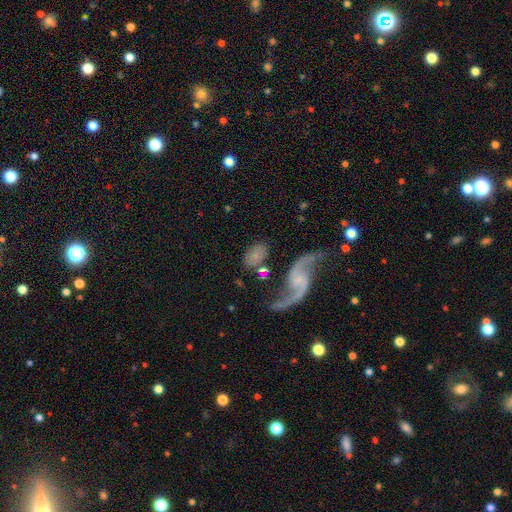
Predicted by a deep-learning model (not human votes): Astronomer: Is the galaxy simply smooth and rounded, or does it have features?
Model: featured or disk — 54% (runner-up: smooth, 39%).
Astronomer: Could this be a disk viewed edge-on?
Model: no — 95%.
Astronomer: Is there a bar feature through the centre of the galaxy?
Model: no — 52% (runner-up: weak, 36%).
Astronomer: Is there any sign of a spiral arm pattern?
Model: yes — 85%.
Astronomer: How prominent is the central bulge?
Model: small — 52%.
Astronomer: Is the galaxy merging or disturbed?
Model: none — 54%.